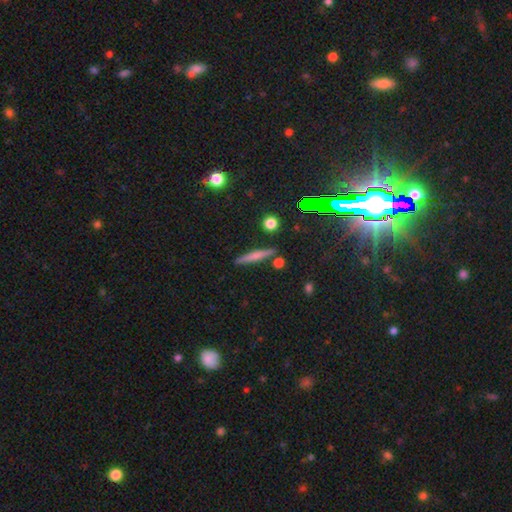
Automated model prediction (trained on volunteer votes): smooth 52%, featured or disk 37%, star or artifact 11%. Down the decision tree: how rounded — cigar-shaped (90%); merging — none (86%).